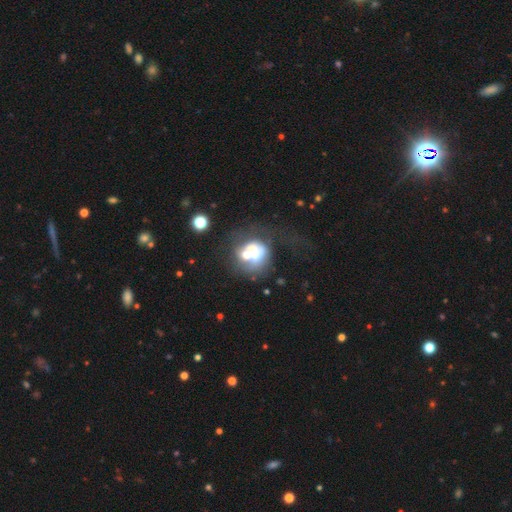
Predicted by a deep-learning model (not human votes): Smooth or featured: featured or disk — 43% (tied with smooth — 43%)
Merging: merger — 38% (major disturbance — 25%)